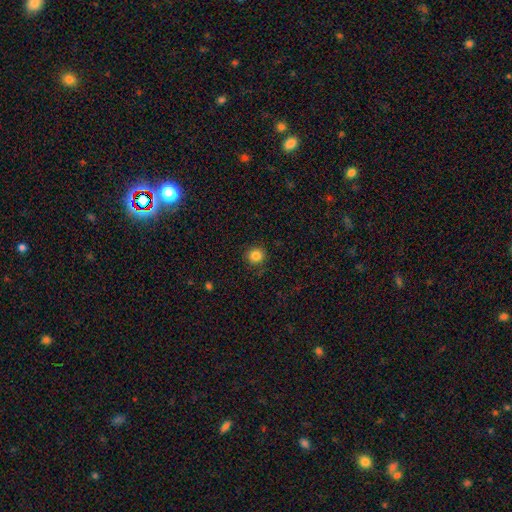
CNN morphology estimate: type=smooth (84%); roundness=round (92%); merging=none (87%).